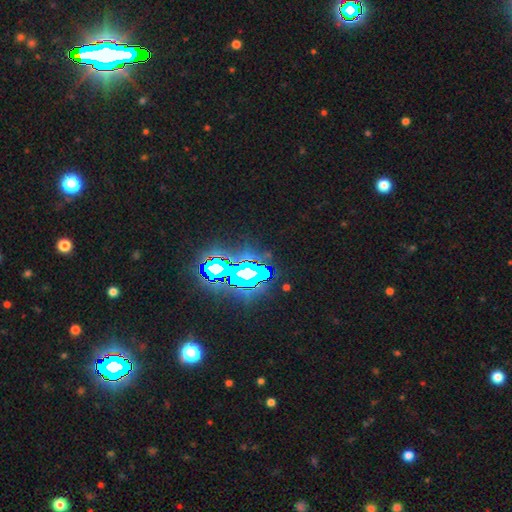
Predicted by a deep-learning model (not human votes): smooth_or_featured: star or artifact (p=0.79) [alt: smooth p=0.13]